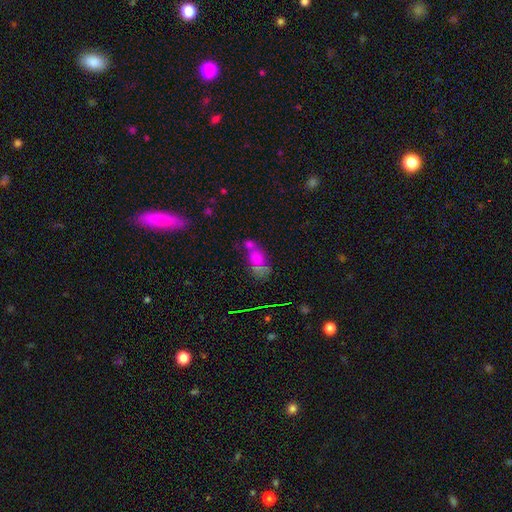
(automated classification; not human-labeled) smooth-or-featured: smooth: 52% | featured or disk: 24% | star or artifact: 24%
  how-rounded: in between: 72% | round: 19% | cigar-shaped: 8%
  merging: merger: 37% | none: 36% | minor disturbance: 16% | major disturbance: 11%